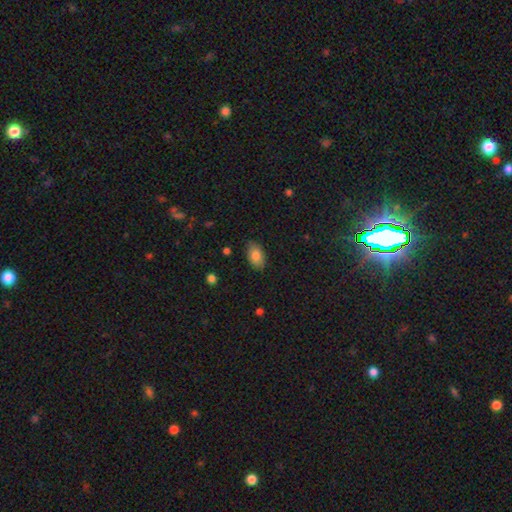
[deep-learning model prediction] smooth 82%, featured or disk 10%, star or artifact 8%. Down the decision tree: how rounded — in between (92%); merging — none (84%).